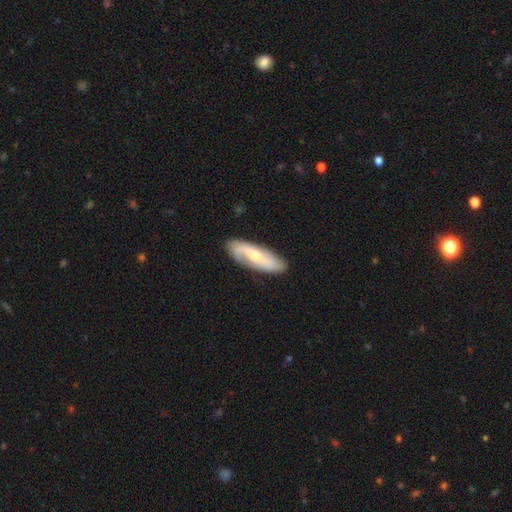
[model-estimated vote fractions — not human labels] smooth_or_featured: featured or disk (p=0.62) [alt: smooth p=0.33]
disk_edge_on: no (p=0.84) [alt: yes p=0.16]
bar: no (p=0.56) [alt: weak p=0.32]
has_spiral_arms: yes (p=0.88) [alt: no p=0.12]
bulge_size: small (p=0.55) [alt: moderate p=0.39]
merging: none (p=0.82) [alt: minor disturbance p=0.14]